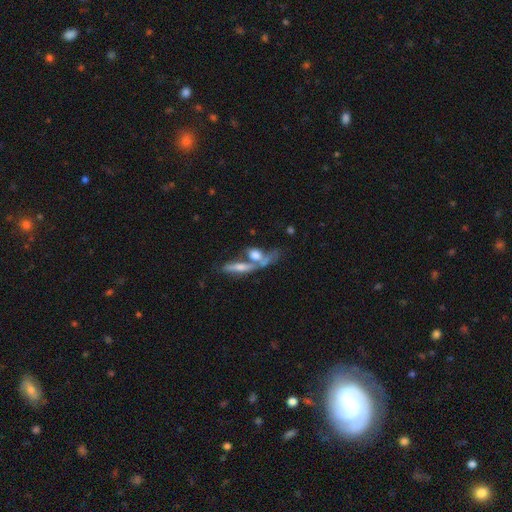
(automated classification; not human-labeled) Overall: smooth (51%; featured or disk 39%). How rounded: in between (56%; cigar-shaped 29%). Merging: merger (53%; none 25%).